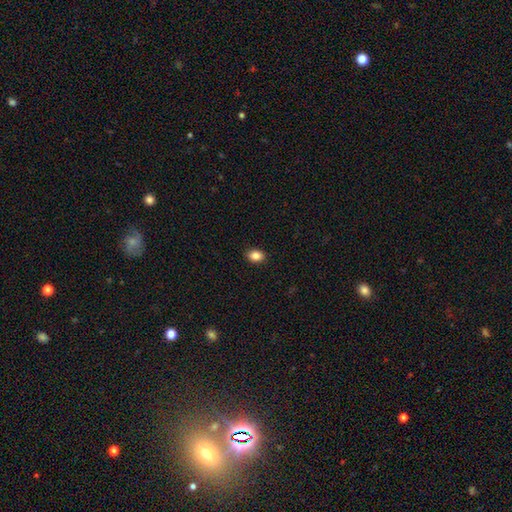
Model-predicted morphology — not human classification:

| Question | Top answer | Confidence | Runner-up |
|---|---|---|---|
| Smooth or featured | smooth | 86% | star or artifact (9%) |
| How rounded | in between | 71% | round (28%) |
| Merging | none | 90% | minor disturbance (7%) |